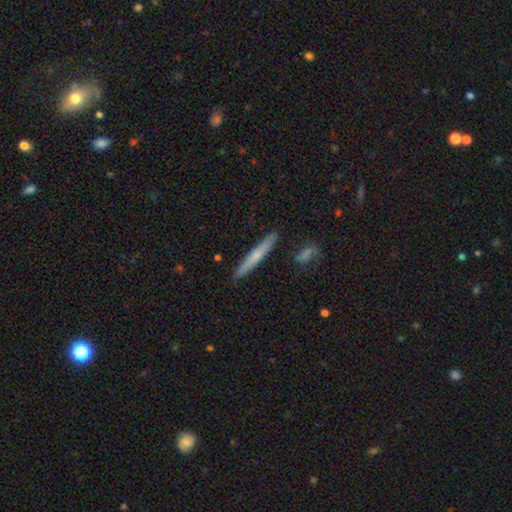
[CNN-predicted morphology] A smooth galaxy with no disk features (52%) that is cigar-shaped (95%). Merging: none (89%).